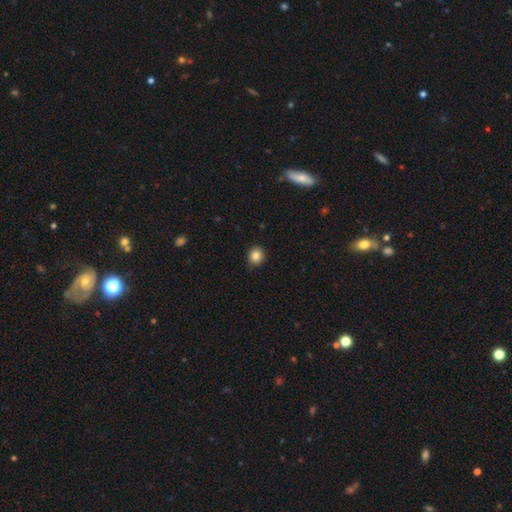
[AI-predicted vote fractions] Morphology: type=smooth (85%); roundness=round (80%); merging=none (88%).